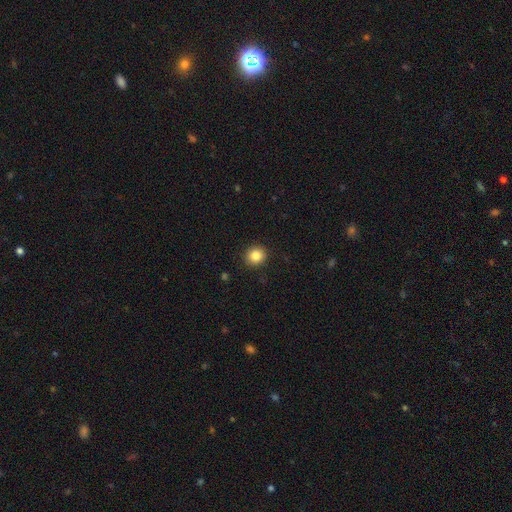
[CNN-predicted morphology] This appears to be a smooth galaxy with no disk features (85%) that is round (86%). Merging: none (91%).